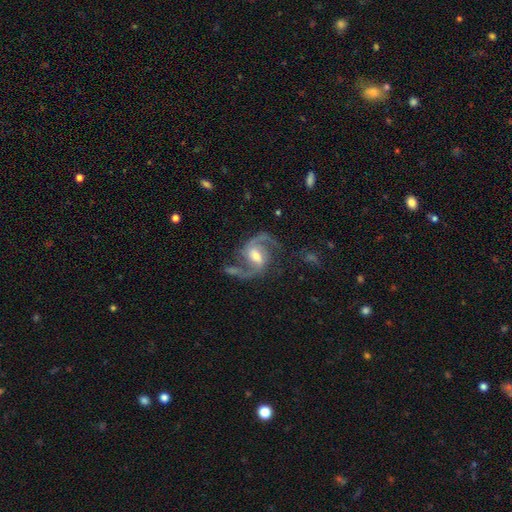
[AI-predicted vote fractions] The model was most divided on "spiral winding": medium: 52%, loose: 38%, tight: 10%. More confident: spiral arms — yes (98%); edge-on disk — no (98%); spiral arm count — 2 (92%); smooth or featured — featured or disk (91%); merging — none (70%); bulge size — moderate (58%); bar — weak (53%).